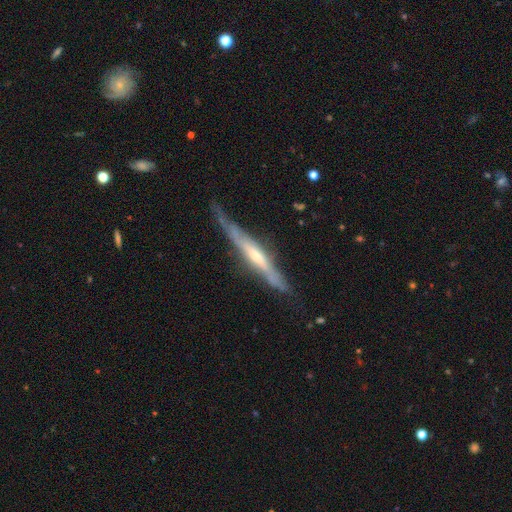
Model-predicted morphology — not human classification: This is likely a featured or disk galaxy (75%). It is clearly viewed edge-on (90%). Edge-on bulge: possibly rounded (59%). Merging: likely none (61%).